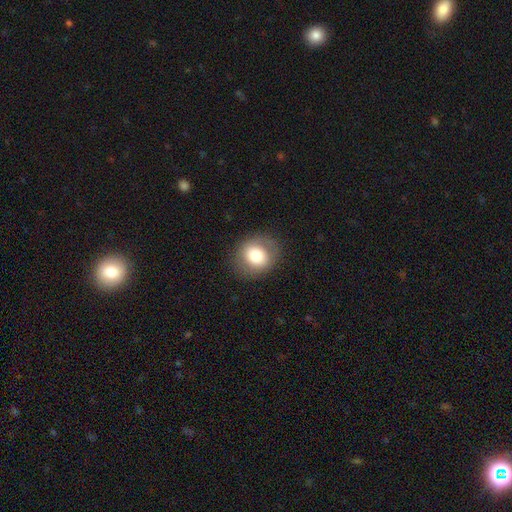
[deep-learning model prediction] smooth-or-featured: smooth: 76% | featured or disk: 15% | star or artifact: 9%
  how-rounded: round: 72% | in between: 27% | cigar-shaped: 1%
  merging: none: 83% | minor disturbance: 11% | major disturbance: 5% | merger: 1%